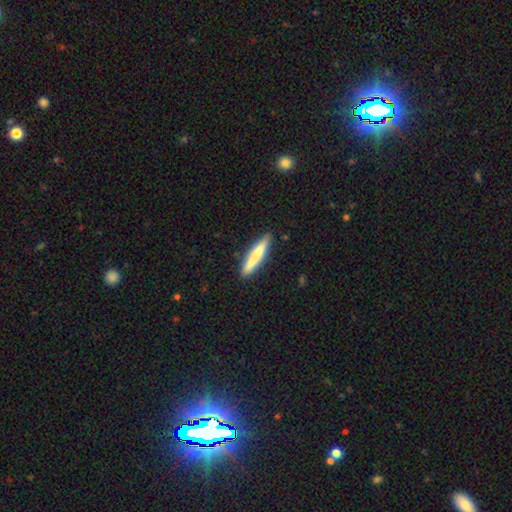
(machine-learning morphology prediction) This appears to be a smooth galaxy with no disk features (71%) that is cigar-shaped (93%). Merging: none (89%).